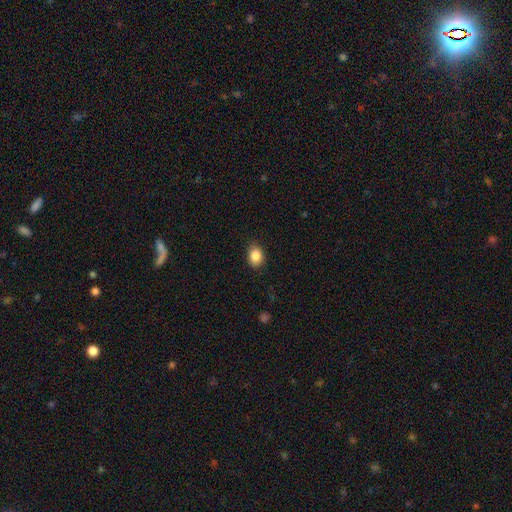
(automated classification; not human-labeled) The model was most divided on "how rounded": in between: 66%, round: 33%, cigar-shaped: 1%. More confident: smooth or featured — smooth (86%); merging — none (85%).